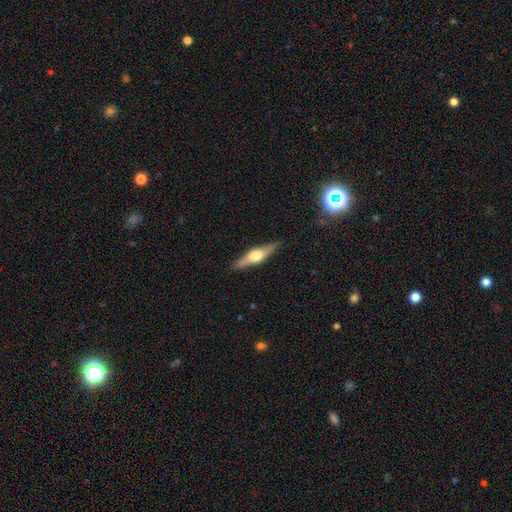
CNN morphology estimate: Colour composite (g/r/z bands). It shows a featured or disk galaxy (57%) viewed edge-on (93%) with a rounded central bulge (91%). Merging: none (88%).